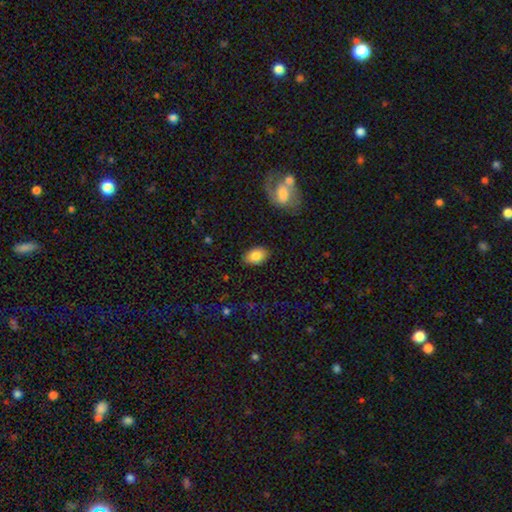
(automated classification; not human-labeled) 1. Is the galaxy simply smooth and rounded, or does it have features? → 85% smooth, 8% featured or disk, 8% star or artifact.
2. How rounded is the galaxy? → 87% in between, 12% round, 1% cigar-shaped.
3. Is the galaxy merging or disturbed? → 84% none, 12% minor disturbance, 3% major disturbance, 1% merger.